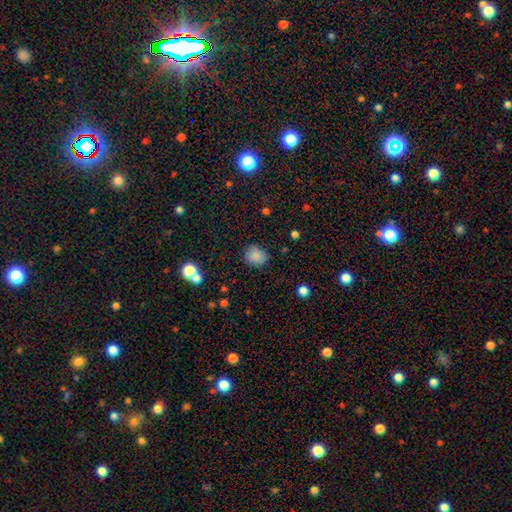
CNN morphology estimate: Smooth or featured: smooth — 84% (star or artifact — 11%)
How rounded: round — 75% (in between — 24%)
Merging: none — 80% (minor disturbance — 14%)